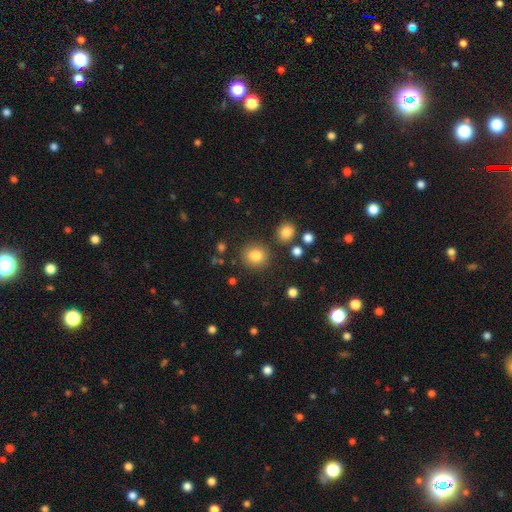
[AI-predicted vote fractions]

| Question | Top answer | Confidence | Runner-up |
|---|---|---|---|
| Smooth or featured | smooth | 82% | star or artifact (12%) |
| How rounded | round | 86% | in between (13%) |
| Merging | none | 85% | minor disturbance (8%) |